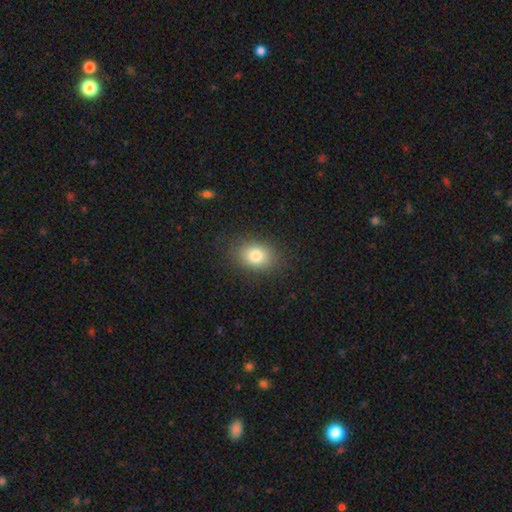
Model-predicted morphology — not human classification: The model was most divided on "how rounded": in between: 70%, round: 29%, cigar-shaped: 1%. More confident: merging — none (85%); smooth or featured — smooth (81%).